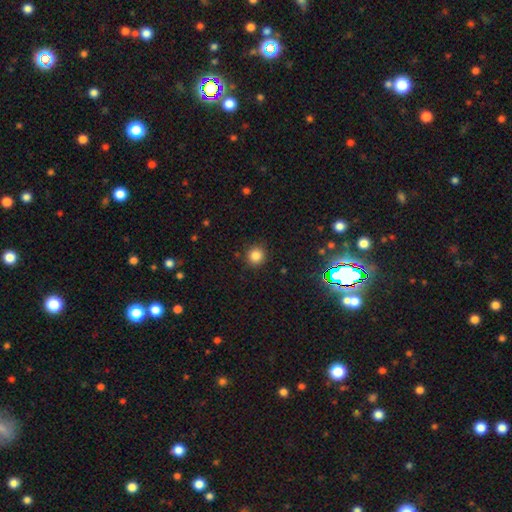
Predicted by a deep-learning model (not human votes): A smooth galaxy with no disk features (83%) that is round (93%). Merging: none (90%).